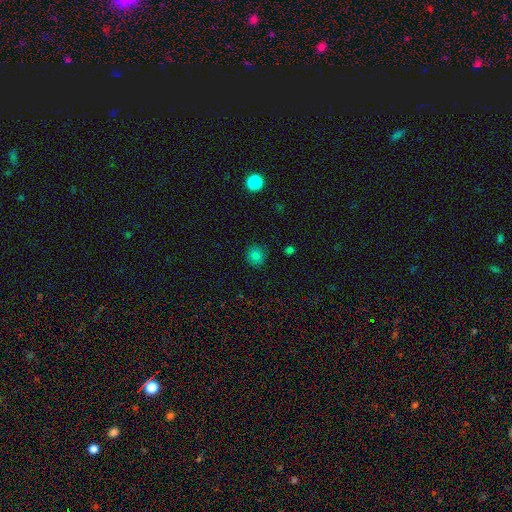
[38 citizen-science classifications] A smooth galaxy with no disk features (87%) that is round (97%).

Vote fractions:
- Smooth or featured? smooth: 87% / star or artifact: 11% / featured or disk: 3%
- How rounded? round: 97% / in between: 3% / cigar-shaped: 0%
- Merging? none: 88% / minor disturbance: 12% / major disturbance: 0% / merger: 0%